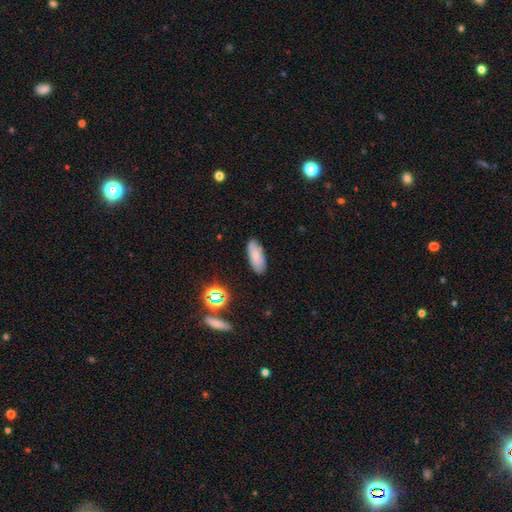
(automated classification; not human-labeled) A smooth galaxy with no disk features (74%) that is in between round and cigar-shaped (80%).

Vote fractions:
- Smooth or featured? smooth: 74% / featured or disk: 16% / star or artifact: 10%
- How rounded? in between: 80% / cigar-shaped: 18% / round: 2%
- Merging? none: 82% / minor disturbance: 14% / major disturbance: 3% / merger: 2%